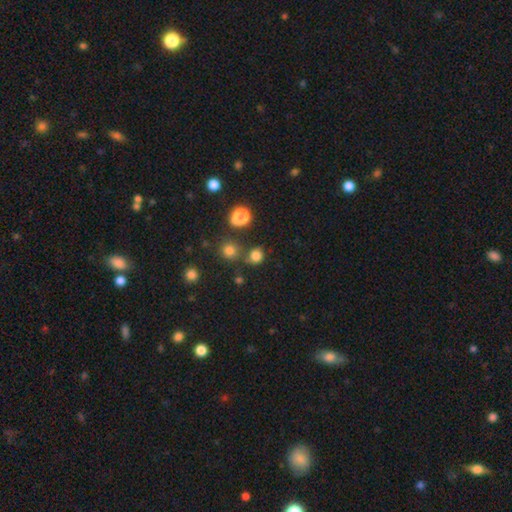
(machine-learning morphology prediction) Smooth or featured?
  - smooth: 78% *
  - star or artifact: 17%
  - featured or disk: 5%
How rounded?
  - round: 80% *
  - in between: 19%
  - cigar-shaped: 1%
Merging?
  - none: 70% *
  - merger: 14%
  - minor disturbance: 12%
  - major disturbance: 4%